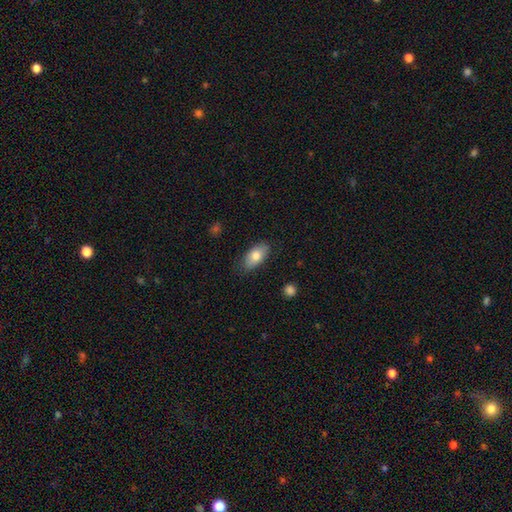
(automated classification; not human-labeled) Smooth or featured? smooth (78%)
How rounded? in between (91%)
Merging? none (81%)